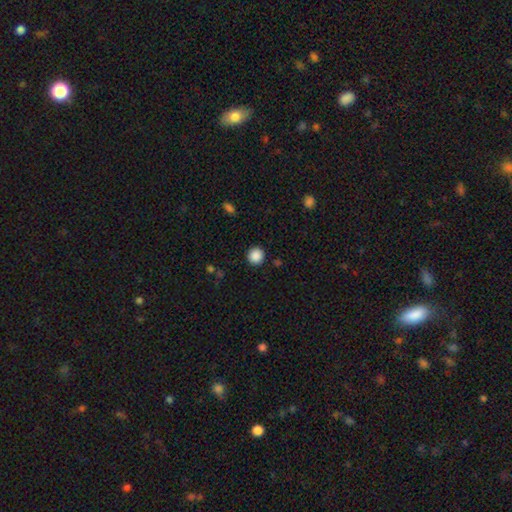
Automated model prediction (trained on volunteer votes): Overall: smooth (88%). How rounded: round (94%). Merging: none (91%).